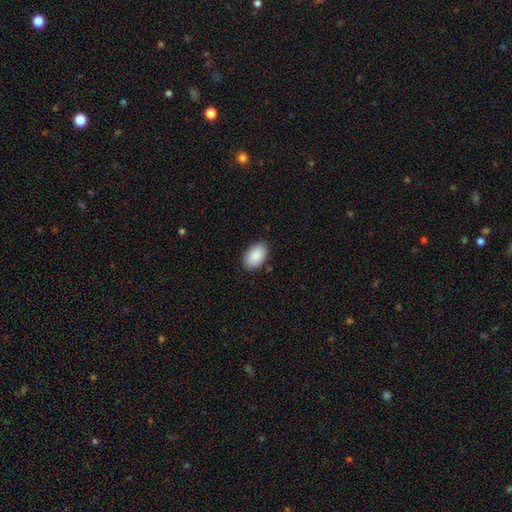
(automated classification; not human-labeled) Overall: smooth (90%). How rounded: in between (93%). Merging: none (87%).